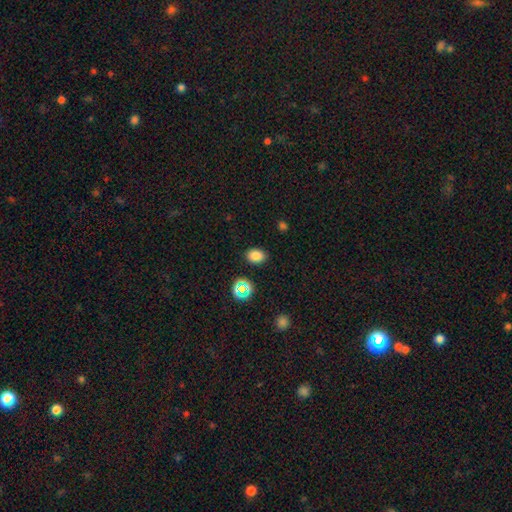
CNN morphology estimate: Smooth or featured? smooth (80%)
How rounded? in between (74%)
Merging? none (86%)